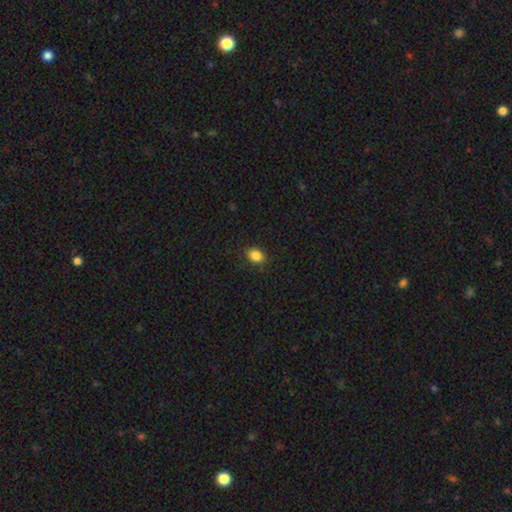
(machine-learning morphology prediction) Smooth or featured: smooth — 86% (star or artifact — 10%)
How rounded: in between — 68% (round — 30%)
Merging: none — 87% (minor disturbance — 10%)